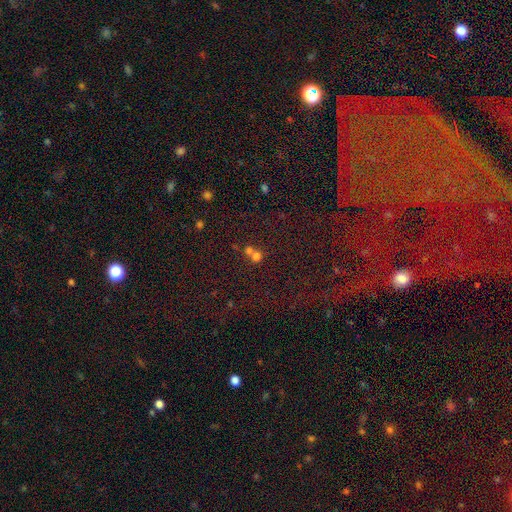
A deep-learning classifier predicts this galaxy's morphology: Smooth or featured? Predicted: smooth (p=0.68). How rounded? Predicted: round (p=0.83). Merging? Predicted: merger (p=0.56).